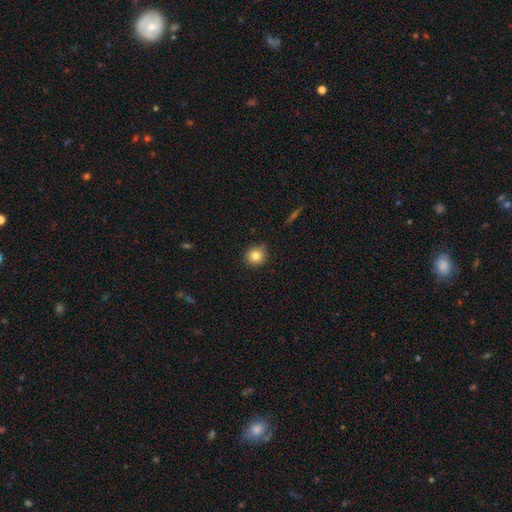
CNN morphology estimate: Overall: smooth (82%). How rounded: round (91%). Merging: none (87%).